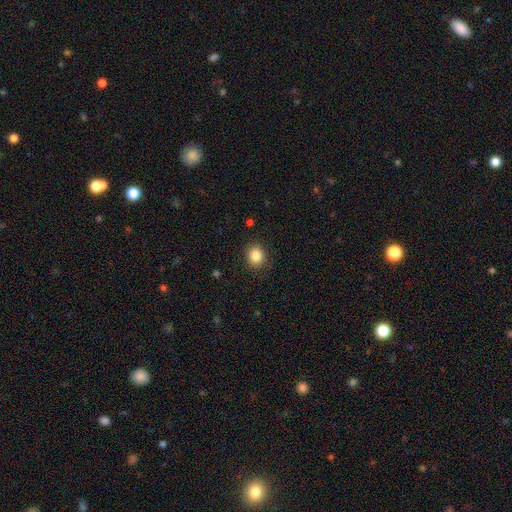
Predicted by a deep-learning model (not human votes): Smooth or featured? Predicted: smooth (p=0.86). How rounded? Predicted: round (p=0.66). Merging? Predicted: none (p=0.87).